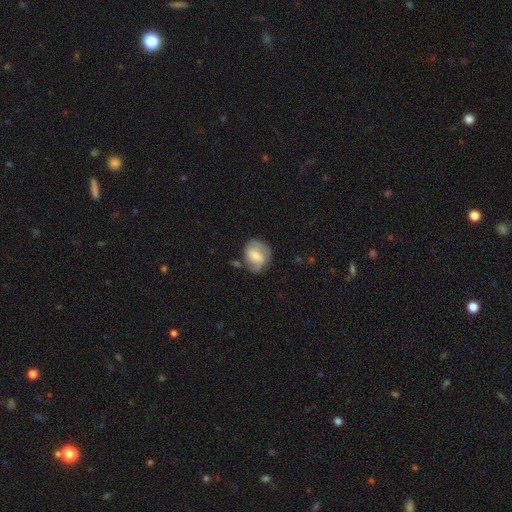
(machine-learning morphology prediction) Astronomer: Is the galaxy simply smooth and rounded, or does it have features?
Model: featured or disk — 57% (runner-up: smooth, 37%).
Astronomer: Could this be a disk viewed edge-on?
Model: no — 97%.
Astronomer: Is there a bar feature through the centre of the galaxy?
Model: weak — 47% (runner-up: no, 36%).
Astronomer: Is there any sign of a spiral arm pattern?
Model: yes — 83%.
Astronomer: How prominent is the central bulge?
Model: small — 45% (runner-up: moderate, 41%).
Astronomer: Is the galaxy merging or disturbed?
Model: none — 57%.